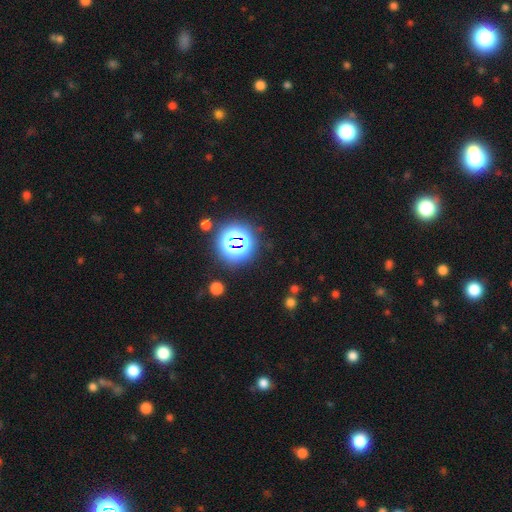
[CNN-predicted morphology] type=star or artifact (76%).